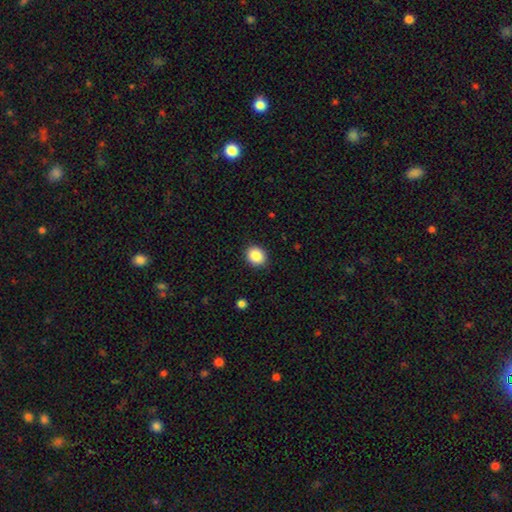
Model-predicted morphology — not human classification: Overall: smooth (86%). How rounded: round (66%; in between 33%). Merging: none (90%).